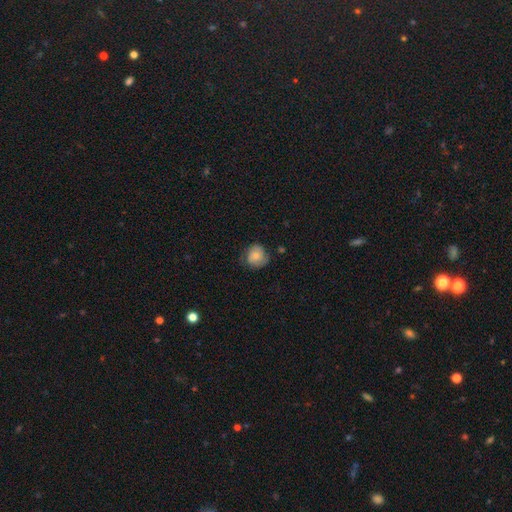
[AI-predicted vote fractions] Smooth or featured: smooth — 55% (featured or disk — 37%)
How rounded: round — 80% (in between — 19%)
Merging: none — 62% (minor disturbance — 27%)